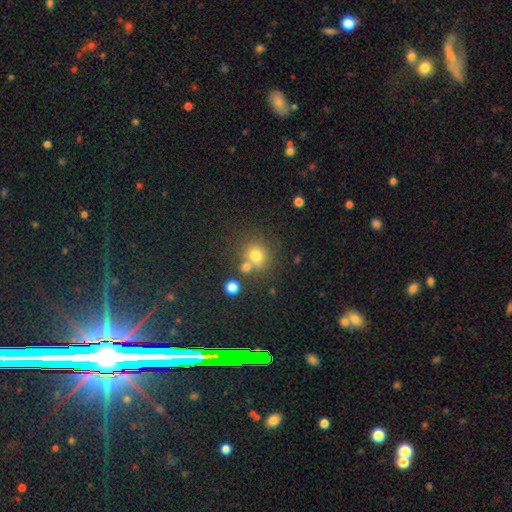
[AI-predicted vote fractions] Morphology: type=smooth (74%); roundness=round (83%); merging=none (61%).